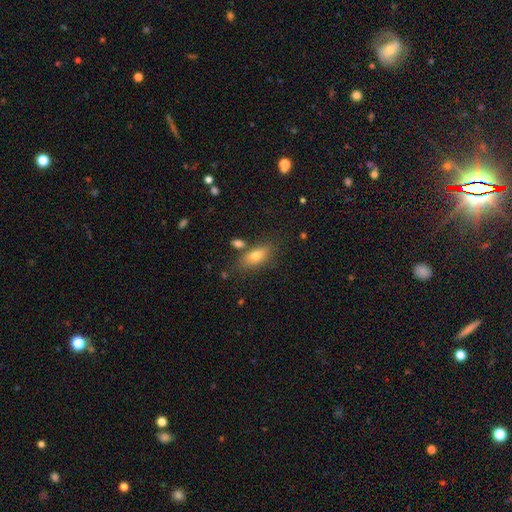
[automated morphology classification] Smooth or featured? smooth (75%)
How rounded? in between (82%)
Merging? none (71%)